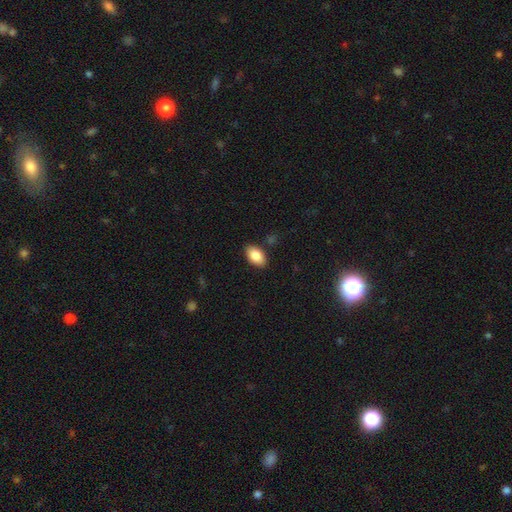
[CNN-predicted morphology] Smooth or featured? smooth (86%)
How rounded? in between (93%)
Merging? none (86%)